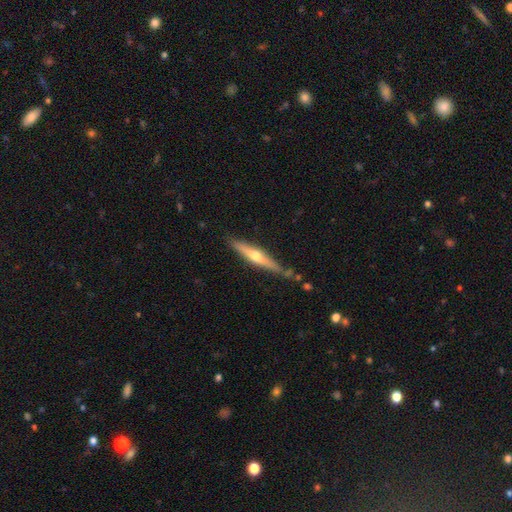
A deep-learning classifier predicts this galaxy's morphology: This appears to be a featured or disk galaxy (62%) viewed edge-on (95%) with a rounded central bulge (90%). Merging: none (76%).